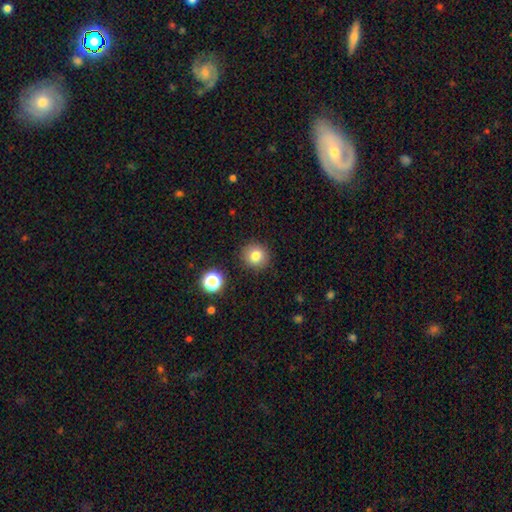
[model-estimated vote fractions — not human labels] This is likely a smooth galaxy (80%). How rounded: clearly round (89%). Merging: clearly none (89%).